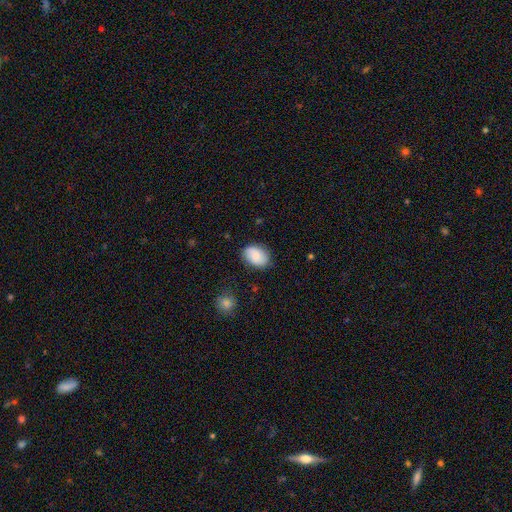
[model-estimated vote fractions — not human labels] smooth 77%, featured or disk 16%, star or artifact 7%. Down the decision tree: how rounded — in between (78%); merging — none (79%).